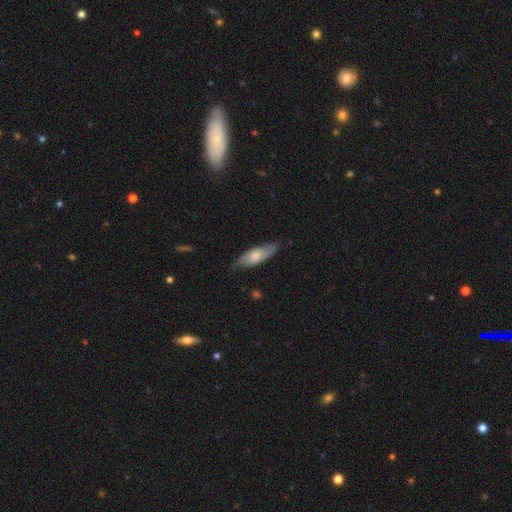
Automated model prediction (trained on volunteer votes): Smooth or featured?
  - smooth: 56% *
  - featured or disk: 39%
  - star or artifact: 6%
How rounded?
  - in between: 65% *
  - cigar-shaped: 33%
  - round: 2%
Merging?
  - none: 71% *
  - minor disturbance: 23%
  - major disturbance: 5%
  - merger: 1%